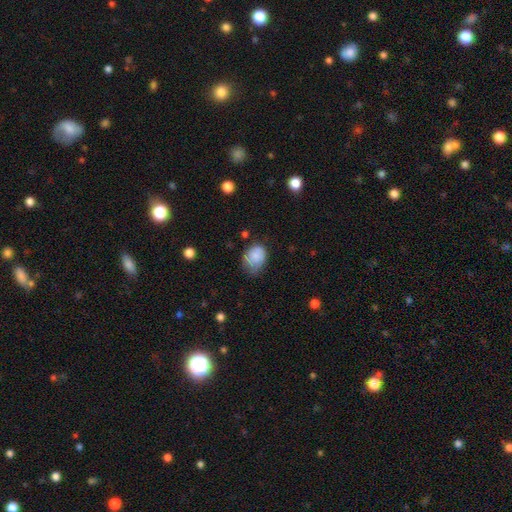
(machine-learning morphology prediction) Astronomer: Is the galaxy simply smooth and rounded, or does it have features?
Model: smooth — 79%.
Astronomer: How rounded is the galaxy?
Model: in between — 60% (runner-up: round, 40%).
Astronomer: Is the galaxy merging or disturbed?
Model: none — 41%, tied with minor disturbance at 41%.